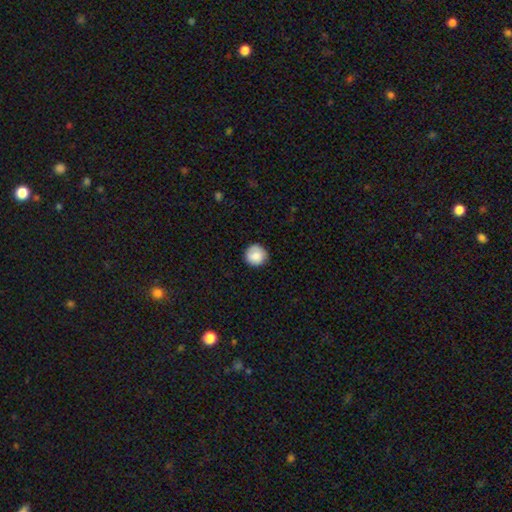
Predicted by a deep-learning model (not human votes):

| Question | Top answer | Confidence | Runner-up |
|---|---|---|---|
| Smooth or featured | smooth | 84% | featured or disk (9%) |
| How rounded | round | 94% | in between (5%) |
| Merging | none | 83% | minor disturbance (13%) |